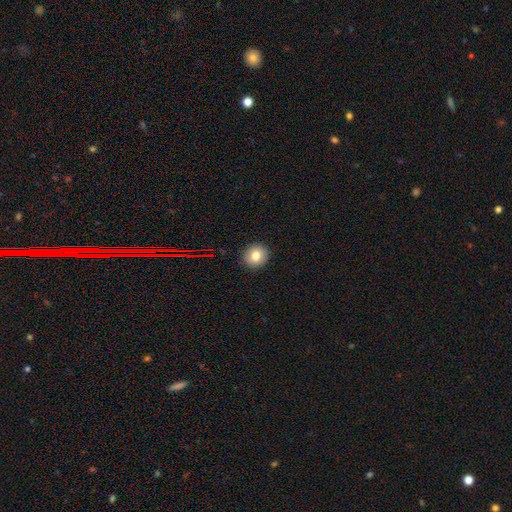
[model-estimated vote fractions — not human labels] Smooth or featured? Predicted: smooth (p=0.77). How rounded? Predicted: round (p=0.86). Merging? Predicted: none (p=0.91).